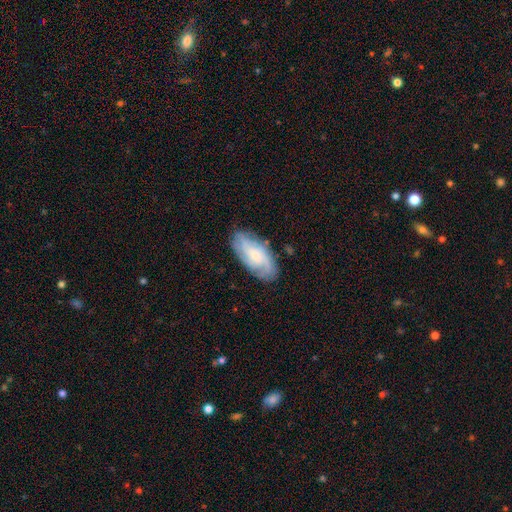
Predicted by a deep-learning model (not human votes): Q: Smooth or featured?
A: featured or disk (64%); runner-up: smooth (29%)
Q: Edge-on disk?
A: no (93%); runner-up: yes (7%)
Q: Bar?
A: no (61%); runner-up: weak (33%)
Q: Spiral arms?
A: yes (91%); runner-up: no (9%)
Q: Spiral winding?
A: tight (44%); runner-up: medium (40%)
Q: Spiral arm count?
A: can't tell (37%); runner-up: 2 (24%)
Q: Bulge size?
A: small (54%); runner-up: moderate (30%)
Q: Merging?
A: none (78%); runner-up: minor disturbance (16%)